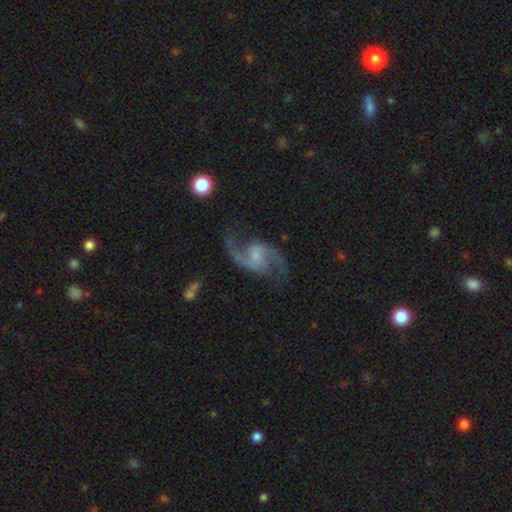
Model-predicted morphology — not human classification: Smooth or featured?
  - featured or disk: 91% *
  - star or artifact: 5%
  - smooth: 4%
Edge-on disk?
  - no: 98% *
  - yes: 2%
Bar?
  - weak: 45% *
  - no: 44%
  - strong: 11%
Spiral arms?
  - yes: 98% *
  - no: 2%
Spiral winding?
  - loose: 59% *
  - medium: 35%
  - tight: 6%
Spiral arm count?
  - 2: 94% *
  - 1: 2%
  - can't tell: 2%
  - 3: 1%
  - 4: 1%
  - more than 4: 1%
Bulge size?
  - small: 53% *
  - moderate: 22%
  - none: 21%
  - large: 3%
  - dominant: 1%
Merging?
  - none: 74% *
  - minor disturbance: 15%
  - major disturbance: 9%
  - merger: 2%